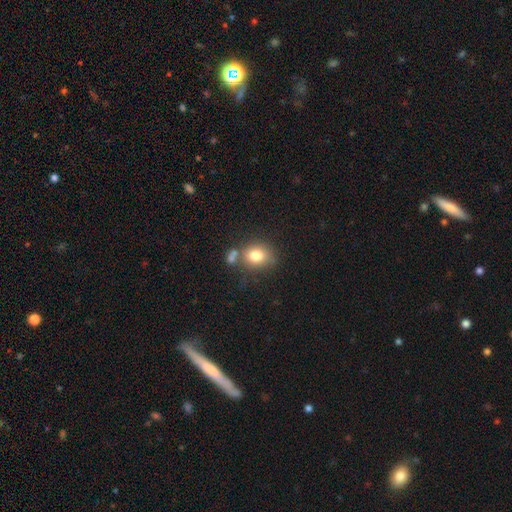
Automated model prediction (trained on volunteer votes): Q: Smooth or featured?
A: smooth (78%); runner-up: featured or disk (11%)
Q: How rounded?
A: round (57%); runner-up: in between (42%)
Q: Merging?
A: none (60%); runner-up: merger (18%)